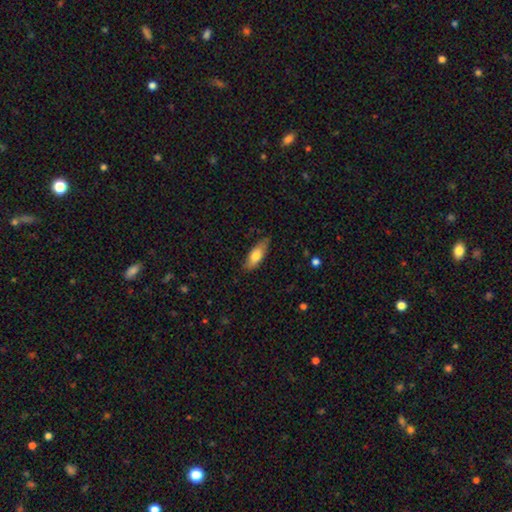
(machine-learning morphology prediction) A smooth galaxy with no disk features (73%) that is in between round and cigar-shaped (68%). Merging: none (78%).